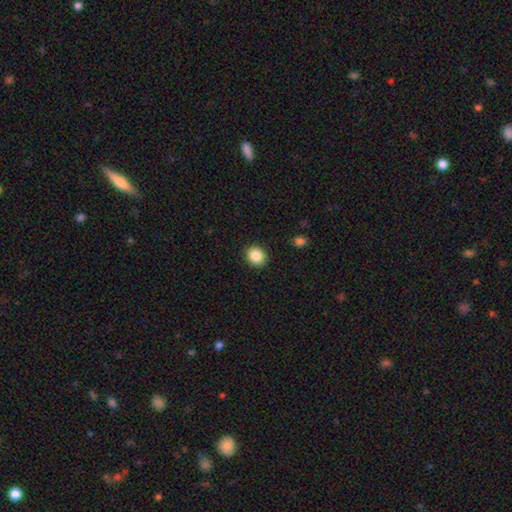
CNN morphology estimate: This appears to be a smooth galaxy with no disk features (86%) that is round (79%). Merging: none (91%).